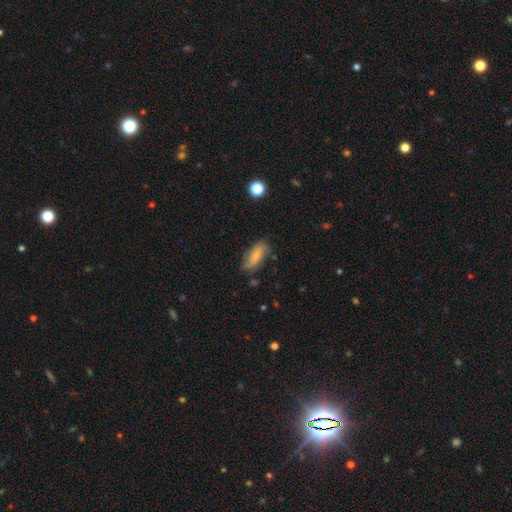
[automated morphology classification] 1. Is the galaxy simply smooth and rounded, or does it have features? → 72% smooth, 21% featured or disk, 8% star or artifact.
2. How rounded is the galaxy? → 77% in between, 20% cigar-shaped, 3% round.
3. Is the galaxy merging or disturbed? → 71% none, 22% minor disturbance, 5% major disturbance, 3% merger.